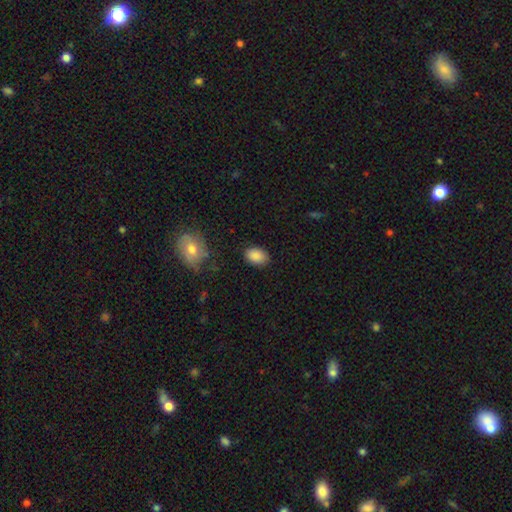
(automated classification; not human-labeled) This is clearly a smooth galaxy (87%). How rounded: clearly in between (84%). Merging: clearly none (84%).